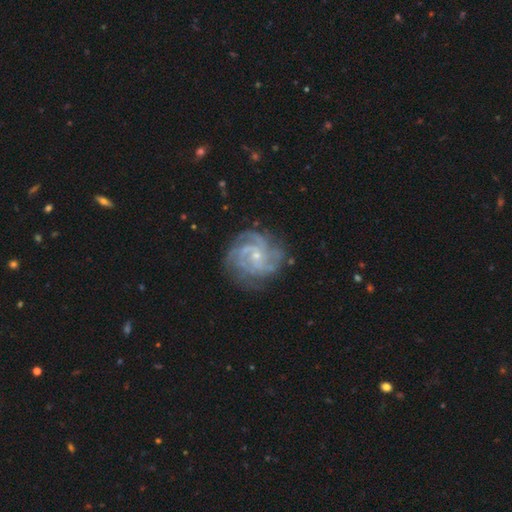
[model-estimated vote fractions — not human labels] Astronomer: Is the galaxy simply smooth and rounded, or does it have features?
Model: featured or disk — 87%.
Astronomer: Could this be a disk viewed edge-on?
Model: no — 98%.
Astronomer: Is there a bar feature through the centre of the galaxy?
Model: no — 61%.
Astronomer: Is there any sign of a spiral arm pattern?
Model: yes — 96%.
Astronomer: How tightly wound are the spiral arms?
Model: tight — 53% (runner-up: medium, 39%).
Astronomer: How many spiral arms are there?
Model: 3 — 30% (runner-up: can't tell, 21%).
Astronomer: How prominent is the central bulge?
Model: small — 76%.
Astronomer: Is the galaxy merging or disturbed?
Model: none — 73%.